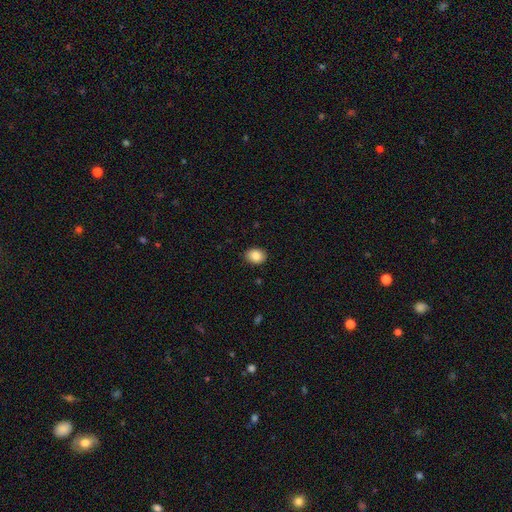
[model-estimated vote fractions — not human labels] Morphology: type=smooth (87%); roundness=in between (62%); merging=none (89%).